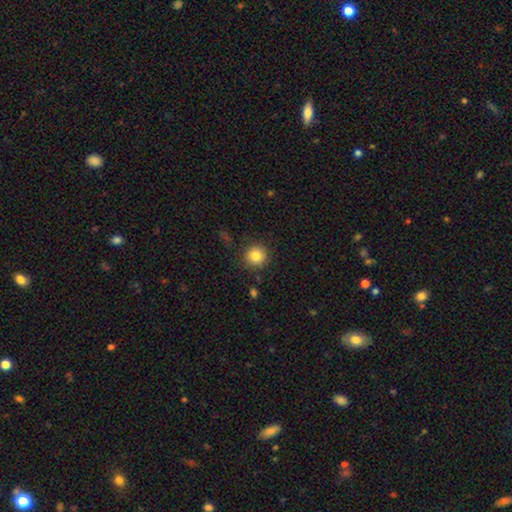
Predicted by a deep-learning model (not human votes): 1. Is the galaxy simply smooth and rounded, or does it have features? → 84% smooth, 10% star or artifact, 6% featured or disk.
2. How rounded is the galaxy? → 93% round, 6% in between, 1% cigar-shaped.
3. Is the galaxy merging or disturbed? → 88% none, 7% minor disturbance, 3% major disturbance, 2% merger.